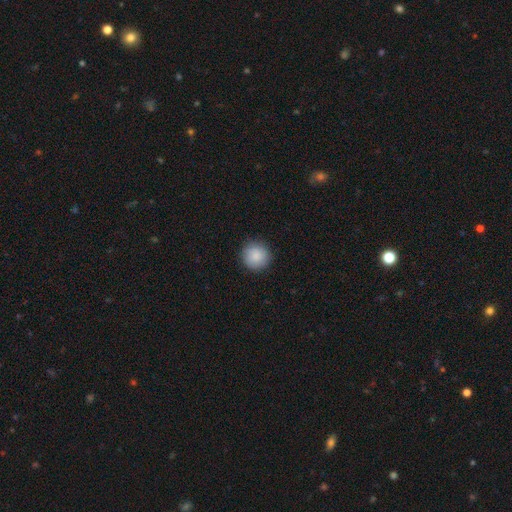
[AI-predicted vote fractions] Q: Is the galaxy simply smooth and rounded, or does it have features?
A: smooth — 88%.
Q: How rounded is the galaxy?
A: round — 95%.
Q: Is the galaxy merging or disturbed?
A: none — 90%.